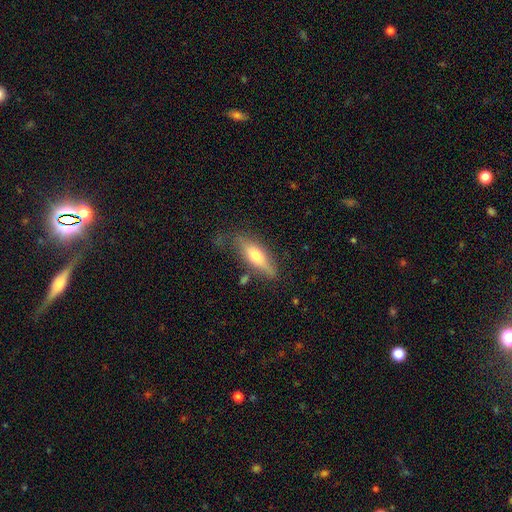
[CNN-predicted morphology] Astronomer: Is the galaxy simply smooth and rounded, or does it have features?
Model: smooth — 59% (runner-up: featured or disk, 35%).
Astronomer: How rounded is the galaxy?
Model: cigar-shaped — 52% (runner-up: in between, 45%).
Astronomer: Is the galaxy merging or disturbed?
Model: none — 69%.